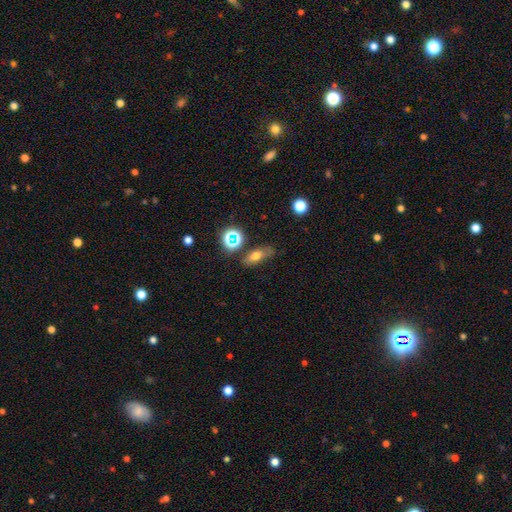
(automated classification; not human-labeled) Smooth or featured? smooth (63%)
How rounded? in between (65%)
Merging? none (69%)